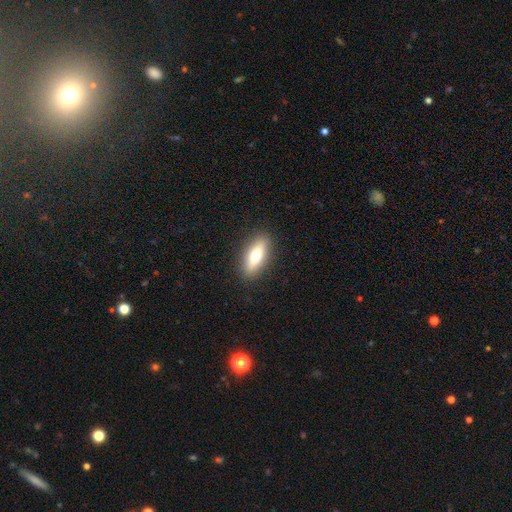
This is likely a smooth galaxy (74%). How rounded: possibly in between (52%). Merging: clearly none (89%).